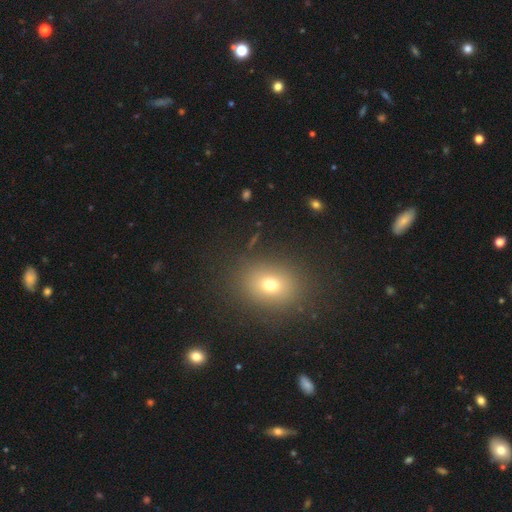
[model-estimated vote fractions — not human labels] A smooth galaxy with no disk features (66%) that is round (53%). Merging: none (89%).